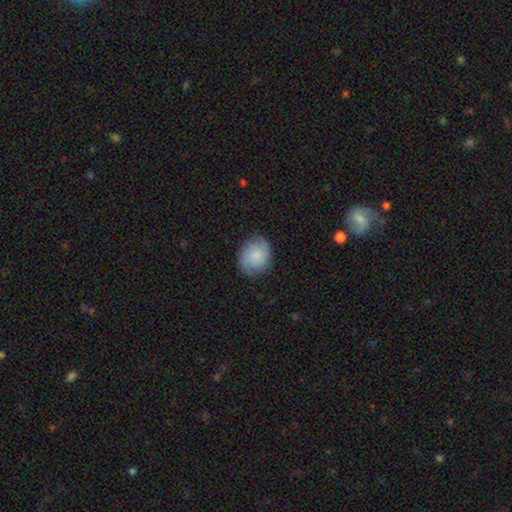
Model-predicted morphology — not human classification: This appears to be a smooth galaxy with no disk features (72%) that is round (65%). Merging: none (78%).